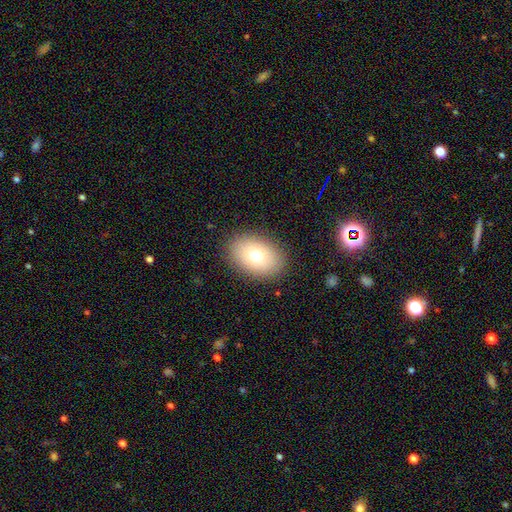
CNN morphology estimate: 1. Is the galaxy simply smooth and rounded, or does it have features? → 73% smooth, 16% featured or disk, 11% star or artifact.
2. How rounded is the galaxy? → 80% in between, 19% round, 1% cigar-shaped.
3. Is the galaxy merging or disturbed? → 87% none, 9% minor disturbance, 3% major disturbance, 1% merger.